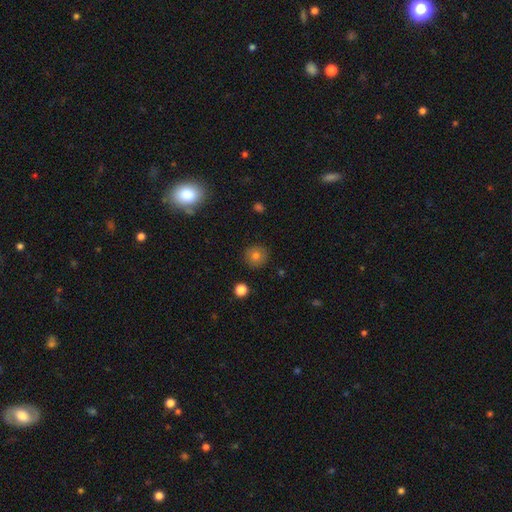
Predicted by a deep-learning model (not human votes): smooth-or-featured: smooth: 80% | star or artifact: 11% | featured or disk: 8%
  how-rounded: round: 93% | in between: 6% | cigar-shaped: 1%
  merging: none: 90% | minor disturbance: 7% | major disturbance: 2% | merger: 1%